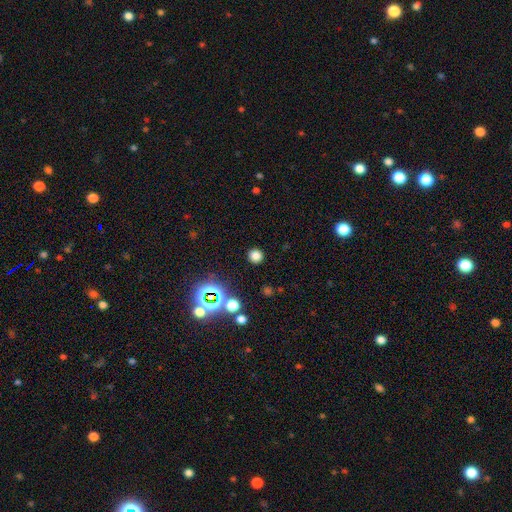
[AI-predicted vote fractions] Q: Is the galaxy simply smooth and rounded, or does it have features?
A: smooth — 74%.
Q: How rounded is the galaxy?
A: round — 92%.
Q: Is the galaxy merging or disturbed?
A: none — 90%.